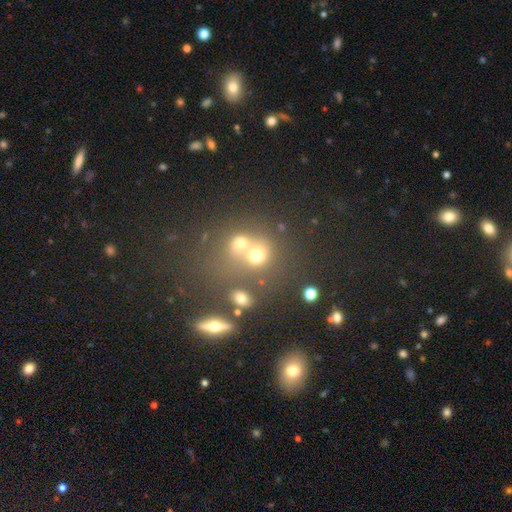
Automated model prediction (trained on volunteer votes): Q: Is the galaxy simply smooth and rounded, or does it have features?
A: smooth — 62%.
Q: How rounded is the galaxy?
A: round — 71%.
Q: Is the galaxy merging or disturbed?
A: merger — 48%.